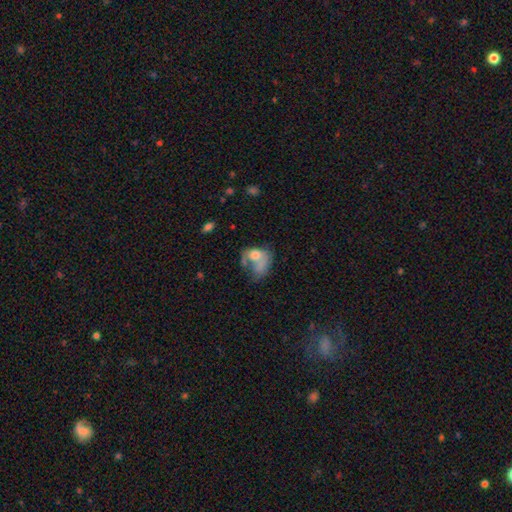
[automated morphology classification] Smooth or featured? Predicted: smooth (p=0.64). How rounded? Predicted: in between (p=0.73). Merging? Predicted: merger (p=0.40).